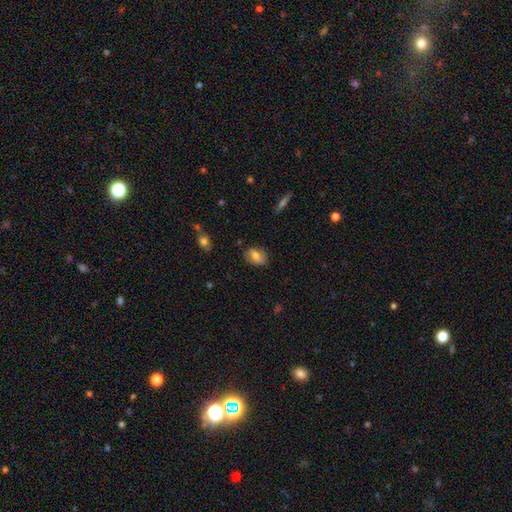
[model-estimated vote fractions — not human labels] Smooth or featured? Predicted: smooth (p=0.66). How rounded? Predicted: in between (p=0.83). Merging? Predicted: none (p=0.75).